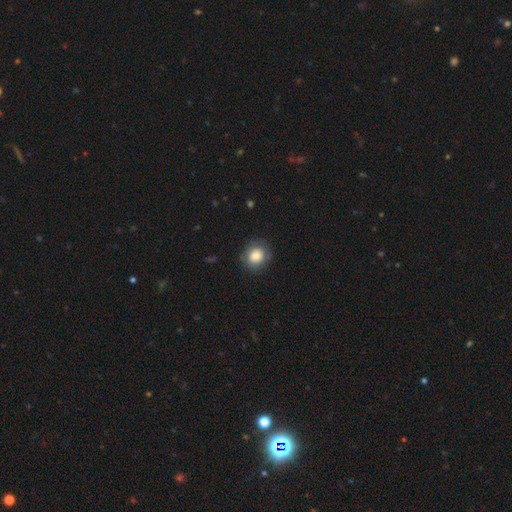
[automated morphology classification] smooth_or_featured: smooth (p=0.82) [alt: featured or disk p=0.10]
how_rounded: round (p=0.83) [alt: in between p=0.16]
merging: none (p=0.81) [alt: minor disturbance p=0.14]